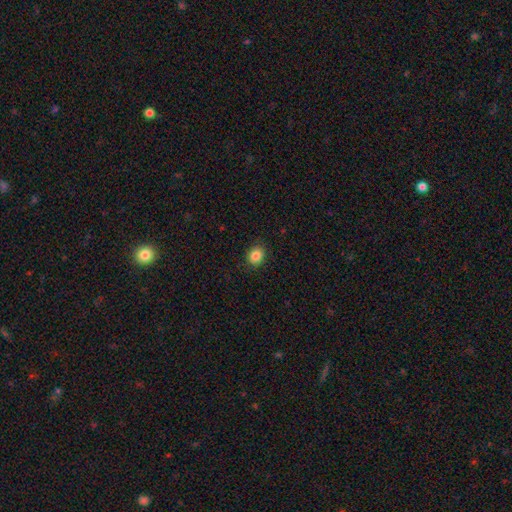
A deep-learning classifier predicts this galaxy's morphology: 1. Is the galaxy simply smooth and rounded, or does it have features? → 85% smooth, 10% star or artifact, 5% featured or disk.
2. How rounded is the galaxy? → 58% round, 41% in between, 1% cigar-shaped.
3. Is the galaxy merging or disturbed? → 88% none, 9% minor disturbance, 2% major disturbance, 1% merger.